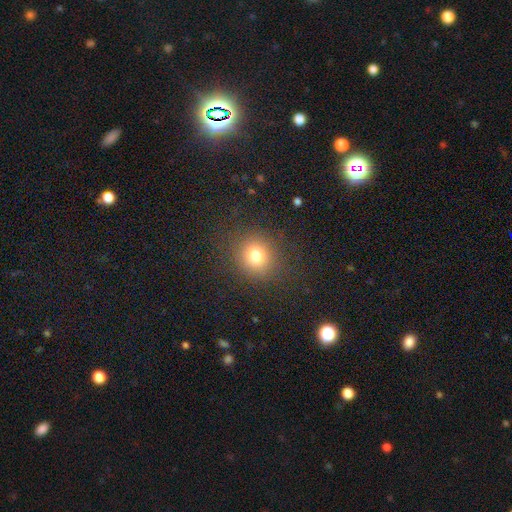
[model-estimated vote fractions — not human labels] A smooth galaxy with no disk features (76%) that is round (87%). Merging: none (87%).